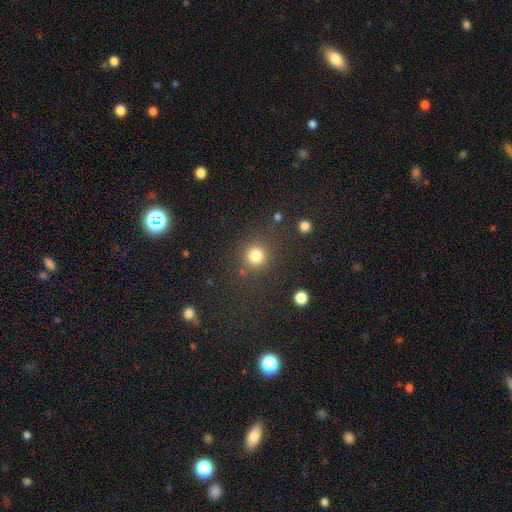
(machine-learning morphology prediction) Smooth or featured? smooth (82%)
How rounded? round (92%)
Merging? none (81%)